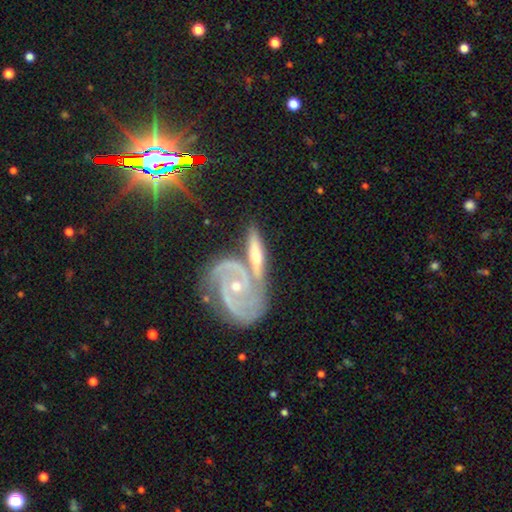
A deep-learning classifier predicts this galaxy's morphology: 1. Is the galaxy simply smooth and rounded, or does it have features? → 72% featured or disk, 23% smooth, 5% star or artifact.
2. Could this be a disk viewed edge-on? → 69% no, 31% yes.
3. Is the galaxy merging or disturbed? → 44% none, 34% merger, 15% minor disturbance, 6% major disturbance.